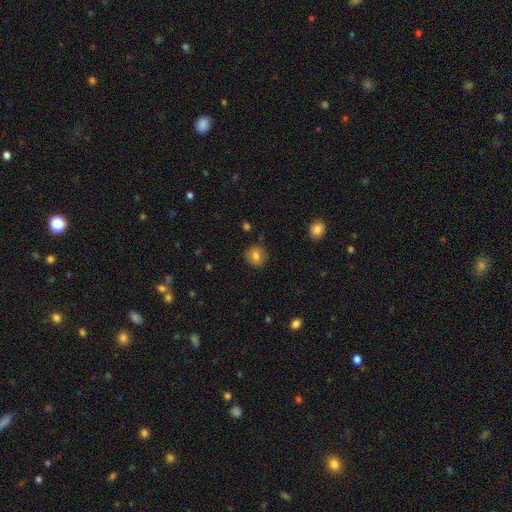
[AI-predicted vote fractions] Smooth or featured? Predicted: smooth (p=0.75). How rounded? Predicted: round (p=0.83). Merging? Predicted: none (p=0.86).